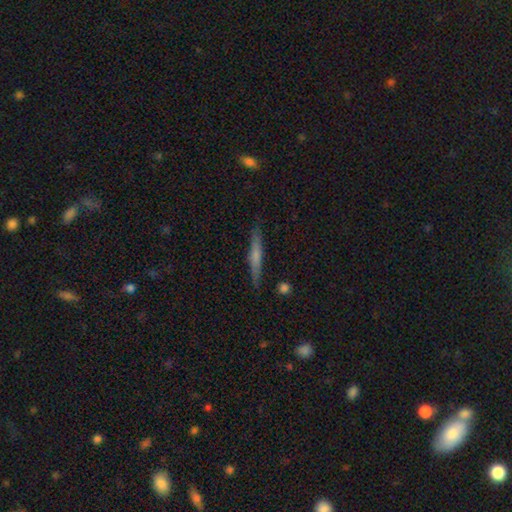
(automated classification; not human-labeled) Smooth or featured: smooth — 47% (featured or disk — 46%)
Merging: none — 87% (minor disturbance — 9%)